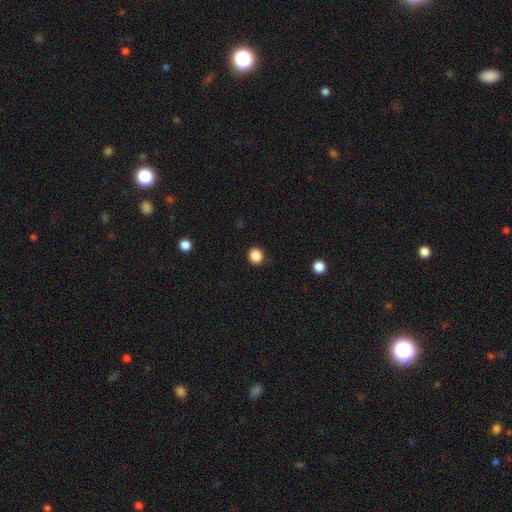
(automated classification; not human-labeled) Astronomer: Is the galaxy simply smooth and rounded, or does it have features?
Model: smooth — 86%.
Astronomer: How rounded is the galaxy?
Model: round — 91%.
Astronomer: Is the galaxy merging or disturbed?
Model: none — 89%.